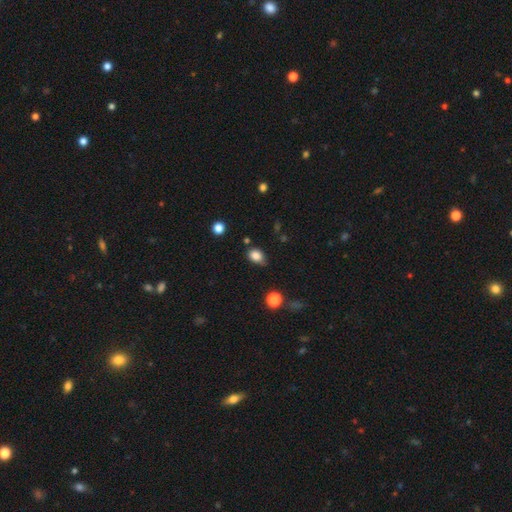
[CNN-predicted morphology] smooth-or-featured: smooth: 84% | star or artifact: 11% | featured or disk: 6%
  how-rounded: in between: 64% | round: 35% | cigar-shaped: 1%
  merging: none: 64% | minor disturbance: 27% | major disturbance: 5% | merger: 4%